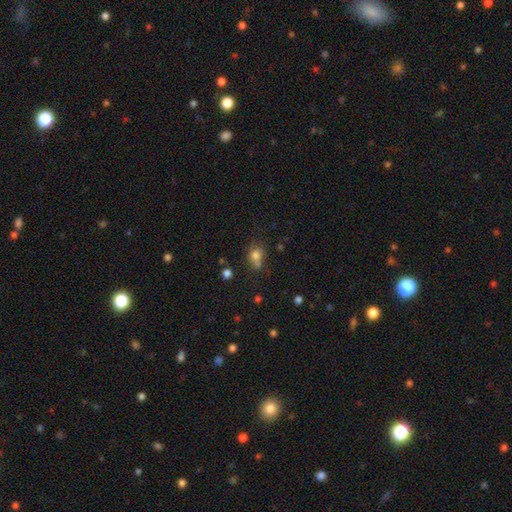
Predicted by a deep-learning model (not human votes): smooth-or-featured: smooth: 76% | star or artifact: 14% | featured or disk: 9%
  how-rounded: round: 63% | in between: 35% | cigar-shaped: 1%
  merging: none: 48% | merger: 25% | minor disturbance: 19% | major disturbance: 8%